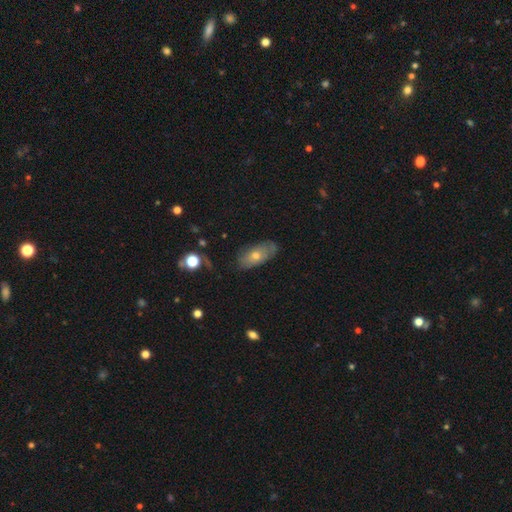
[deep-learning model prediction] This is likely a smooth galaxy (60%). How rounded: clearly in between (87%). Merging: likely none (69%).